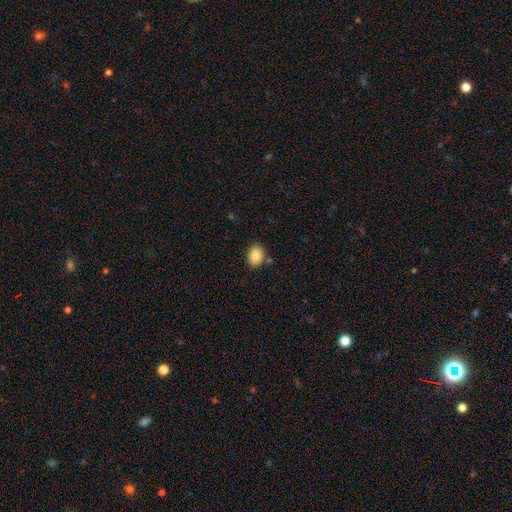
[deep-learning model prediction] smooth-or-featured: smooth: 88% | star or artifact: 8% | featured or disk: 4%
  how-rounded: in between: 68% | round: 31% | cigar-shaped: 1%
  merging: none: 82% | minor disturbance: 11% | merger: 5% | major disturbance: 3%